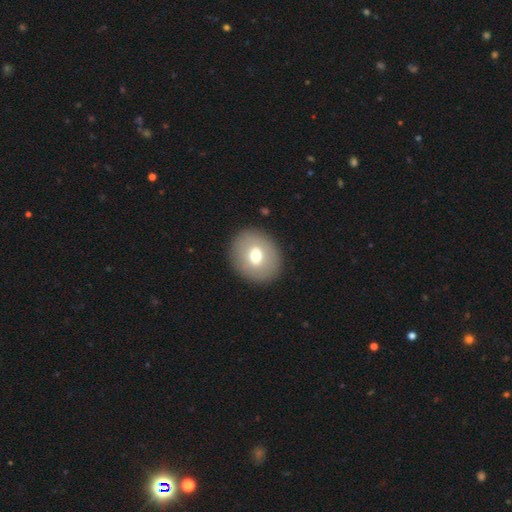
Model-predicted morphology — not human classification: Smooth or featured? Predicted: smooth (p=0.66). How rounded? Predicted: round (p=0.65). Merging? Predicted: none (p=0.89).